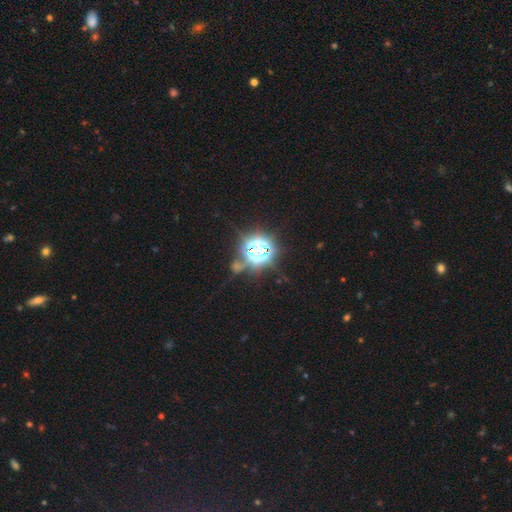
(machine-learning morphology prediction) This appears to be a star or artifact, not a galaxy (83%).